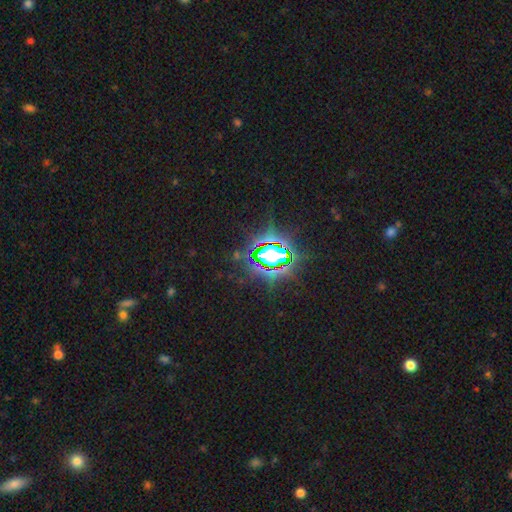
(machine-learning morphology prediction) Smooth or featured? Predicted: star or artifact (p=0.80).